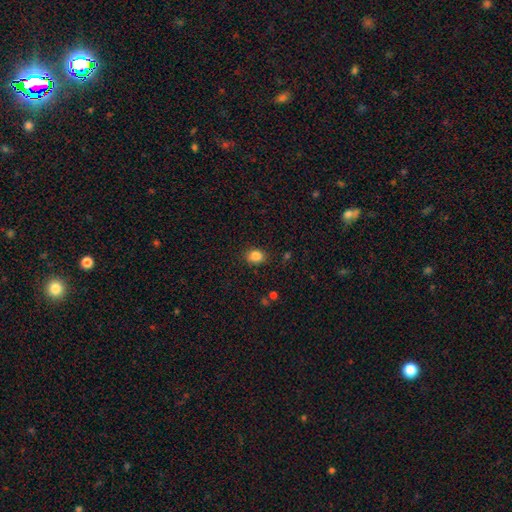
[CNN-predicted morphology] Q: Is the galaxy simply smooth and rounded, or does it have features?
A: smooth — 85%.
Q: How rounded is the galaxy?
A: round — 51%.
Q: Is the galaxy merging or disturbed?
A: none — 84%.